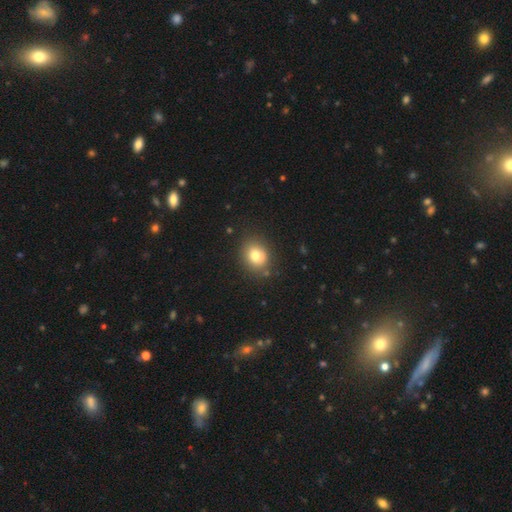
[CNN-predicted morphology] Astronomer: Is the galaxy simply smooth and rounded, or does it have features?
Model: smooth — 76%.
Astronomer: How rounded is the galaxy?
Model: round — 67%.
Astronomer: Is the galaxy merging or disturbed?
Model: none — 80%.